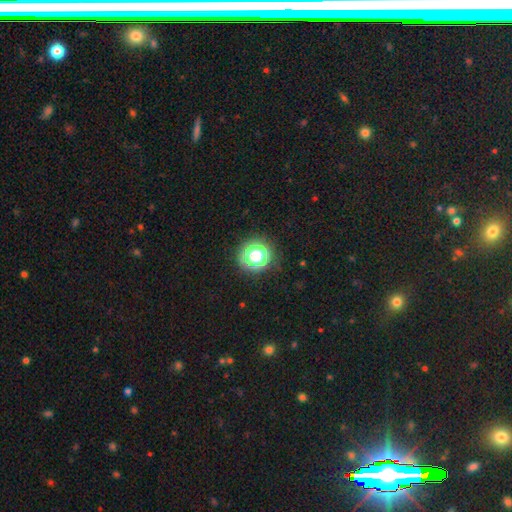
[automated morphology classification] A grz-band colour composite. It shows a smooth galaxy with no disk features (58%) that is round (92%). Merging: none (82%).